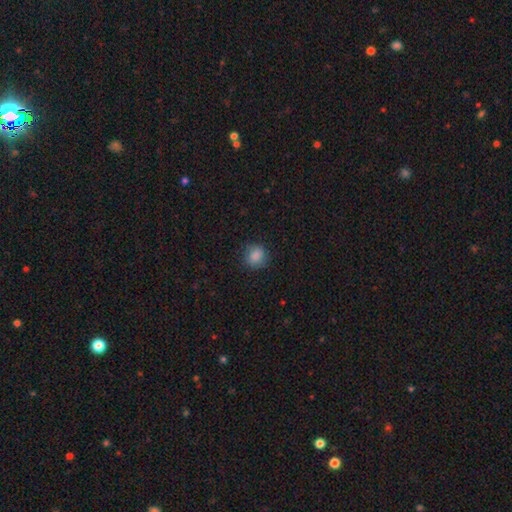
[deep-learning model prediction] Overall: smooth (85%). How rounded: round (77%). Merging: none (81%).